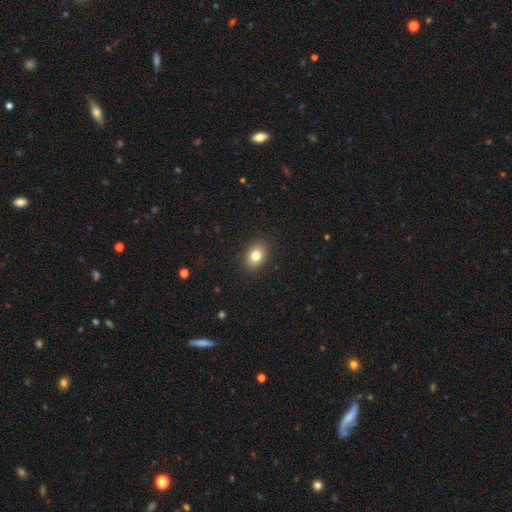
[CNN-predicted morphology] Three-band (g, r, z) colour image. It shows a smooth galaxy with no disk features (80%) that is in between round and cigar-shaped (70%). Merging: none (89%).